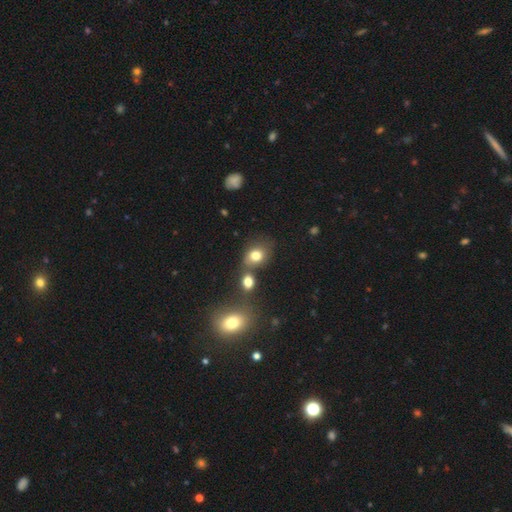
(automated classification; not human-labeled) smooth 77%, star or artifact 13%, featured or disk 10%. Down the decision tree: how rounded — in between (51%); merging — none (54%).